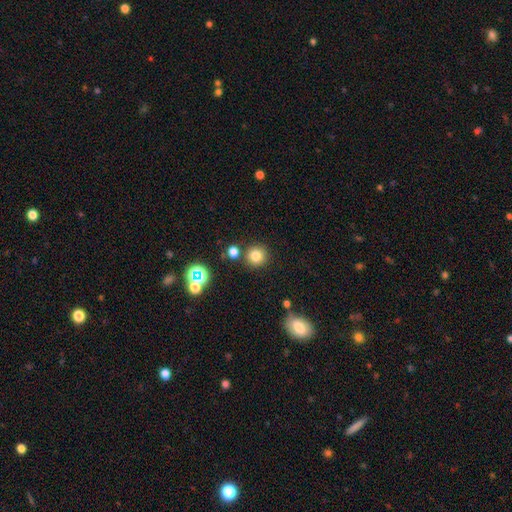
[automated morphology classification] smooth_or_featured: smooth (p=0.78) [alt: star or artifact p=0.16]
how_rounded: round (p=0.93) [alt: in between p=0.06]
merging: none (p=0.82) [alt: merger p=0.08]